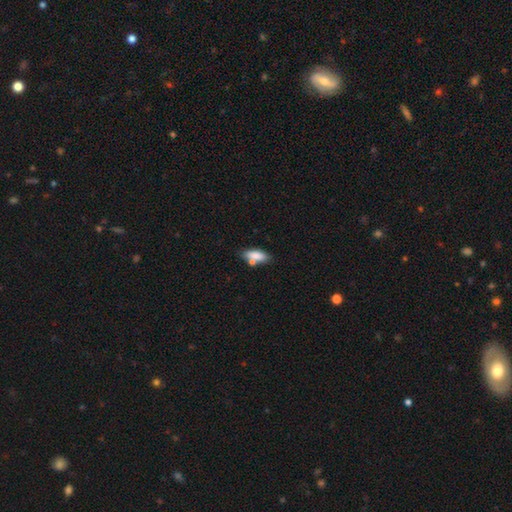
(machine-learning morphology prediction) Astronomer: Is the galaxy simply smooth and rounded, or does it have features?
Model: smooth — 81%.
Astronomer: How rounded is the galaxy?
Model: in between — 68%.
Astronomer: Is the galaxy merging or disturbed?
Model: none — 63%.